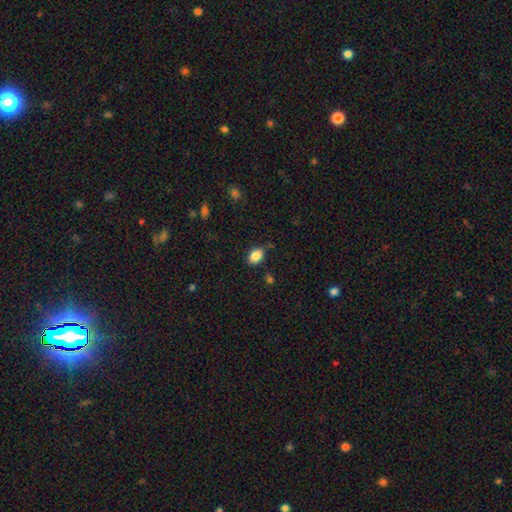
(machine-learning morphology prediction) Smooth or featured? Predicted: smooth (p=0.86). How rounded? Predicted: in between (p=0.81). Merging? Predicted: none (p=0.81).